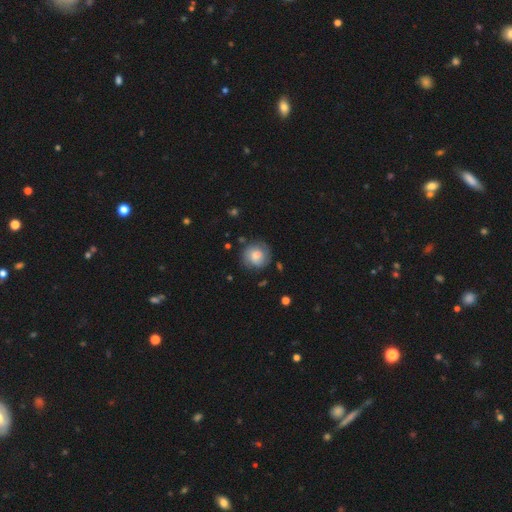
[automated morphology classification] A smooth galaxy with no disk features (67%) that is round (88%). Merging: none (76%).